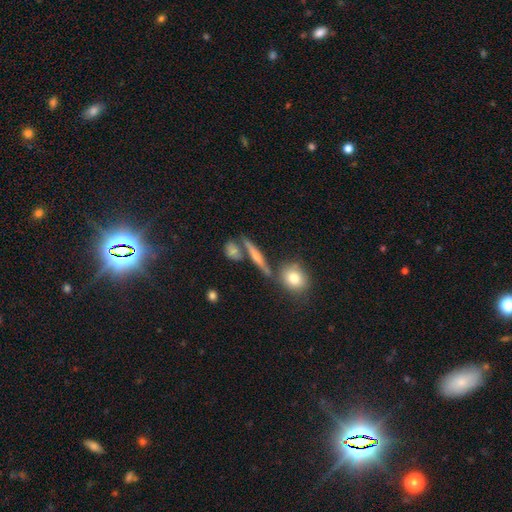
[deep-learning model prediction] Smooth or featured? Predicted: smooth (p=0.45, tied with featured or disk). Merging? Predicted: none (p=0.72).